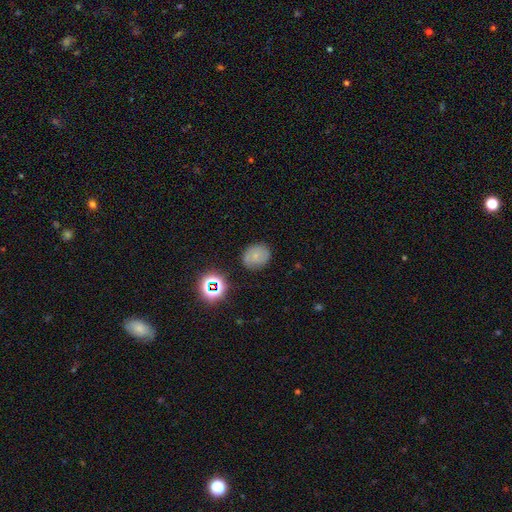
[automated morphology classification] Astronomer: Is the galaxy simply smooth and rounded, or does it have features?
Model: smooth — 52% (runner-up: featured or disk, 32%).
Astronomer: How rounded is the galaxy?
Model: round — 68%.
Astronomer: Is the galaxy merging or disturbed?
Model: none — 77%.